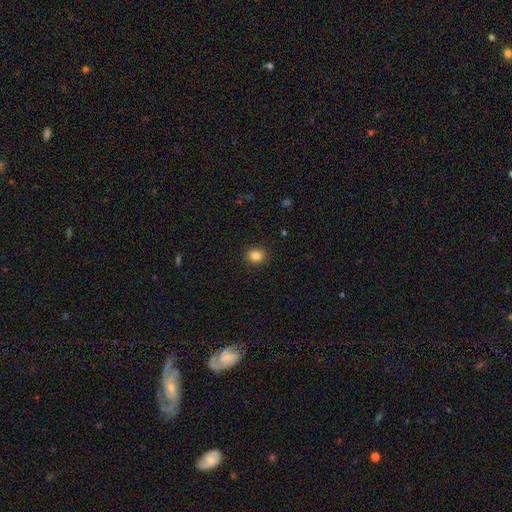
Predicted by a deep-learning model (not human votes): Smooth or featured? smooth (85%)
How rounded? round (75%)
Merging? none (91%)